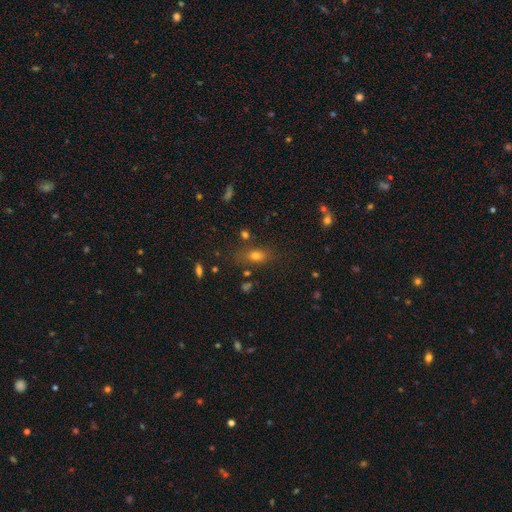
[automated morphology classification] The model was most divided on "how rounded": in between: 70%, round: 22%, cigar-shaped: 8%. More confident: merging — none (76%); smooth or featured — smooth (70%).